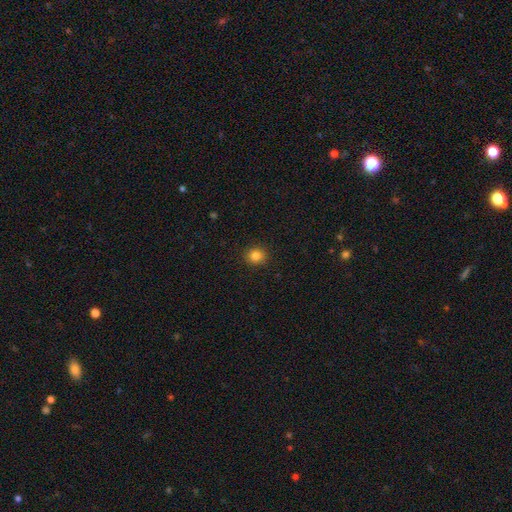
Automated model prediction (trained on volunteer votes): The model was most divided on "smooth or featured": smooth: 83%, star or artifact: 12%, featured or disk: 5%. More confident: merging — none (91%); how rounded — round (87%).